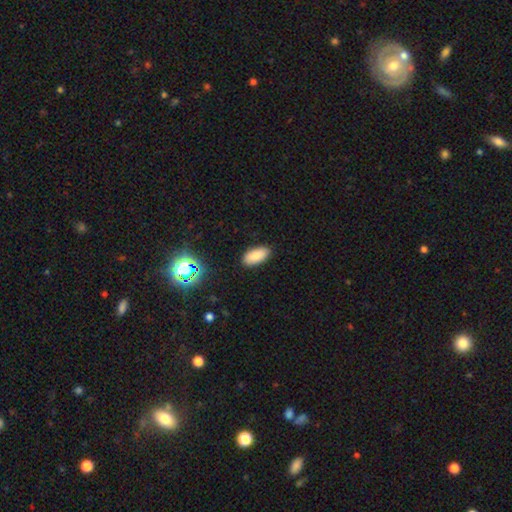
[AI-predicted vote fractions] smooth_or_featured: smooth (p=0.84) [alt: star or artifact p=0.10]
how_rounded: in between (p=0.91) [alt: cigar-shaped p=0.06]
merging: none (p=0.89) [alt: minor disturbance p=0.08]